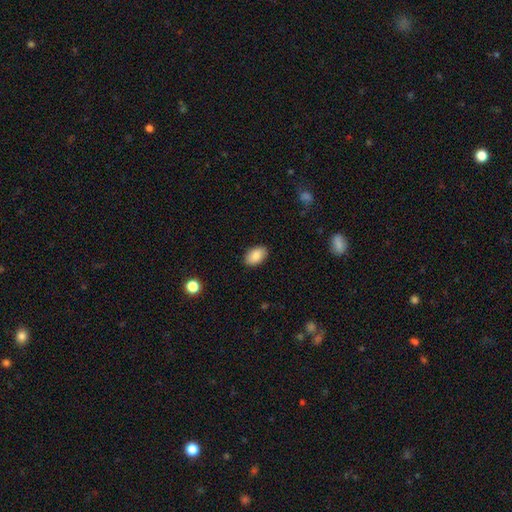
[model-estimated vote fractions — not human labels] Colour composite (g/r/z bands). It shows a smooth galaxy with no disk features (87%) that is in between round and cigar-shaped (92%). Merging: none (89%).